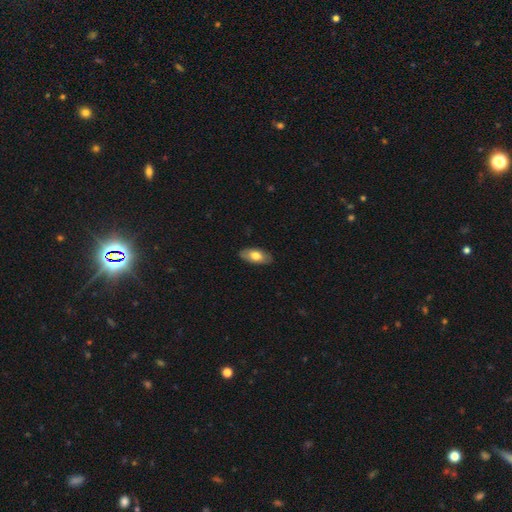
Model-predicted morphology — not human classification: A smooth galaxy with no disk features (69%) that is in between round and cigar-shaped (90%).

Vote fractions:
- Smooth or featured? smooth: 69% / featured or disk: 25% / star or artifact: 6%
- How rounded? in between: 90% / cigar-shaped: 7% / round: 3%
- Merging? none: 85% / minor disturbance: 12% / major disturbance: 2% / merger: 1%